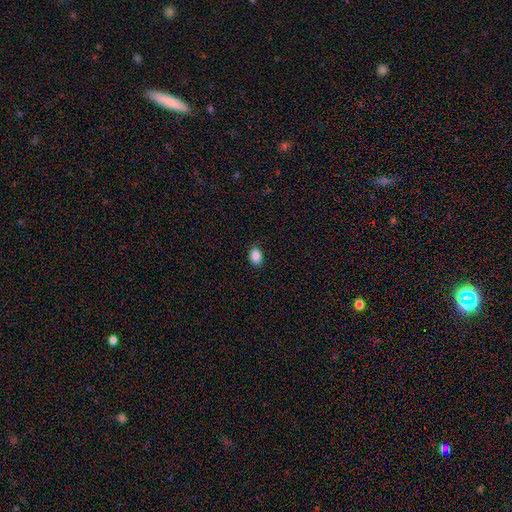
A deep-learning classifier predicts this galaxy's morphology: This appears to be a smooth galaxy with no disk features (87%) that is in between round and cigar-shaped (82%). Merging: none (84%).